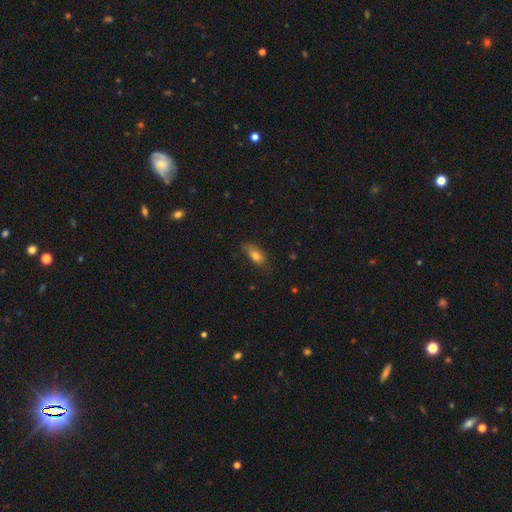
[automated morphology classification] smooth 75%, featured or disk 16%, star or artifact 9%. Down the decision tree: how rounded — in between (82%); merging — none (59%).